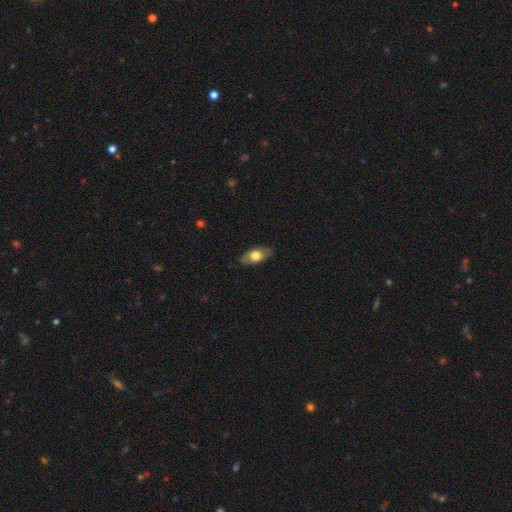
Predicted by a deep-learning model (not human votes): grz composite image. It shows a smooth galaxy with no disk features (68%) that is in between round and cigar-shaped (89%). Merging: none (84%).